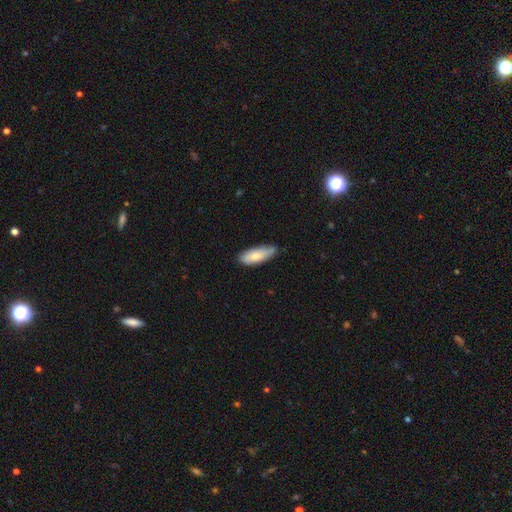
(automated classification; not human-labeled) A smooth galaxy with no disk features (77%) that is in between round and cigar-shaped (69%). Merging: none (67%).